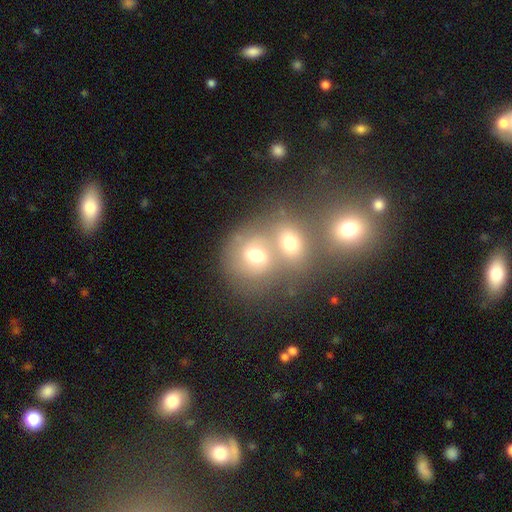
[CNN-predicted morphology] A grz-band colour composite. It shows a smooth galaxy with no disk features (60%) that is round (65%). Merging: merger (60%).